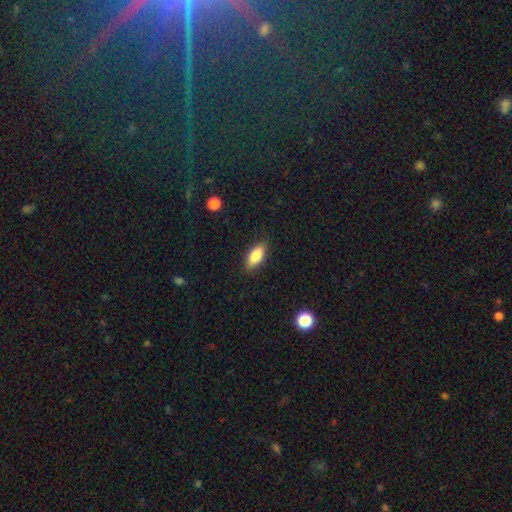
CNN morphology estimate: A smooth galaxy with no disk features (83%) that is in between round and cigar-shaped (81%).

Vote fractions:
- Smooth or featured? smooth: 83% / featured or disk: 10% / star or artifact: 7%
- How rounded? in between: 81% / cigar-shaped: 16% / round: 3%
- Merging? none: 87% / minor disturbance: 10% / major disturbance: 2% / merger: 1%